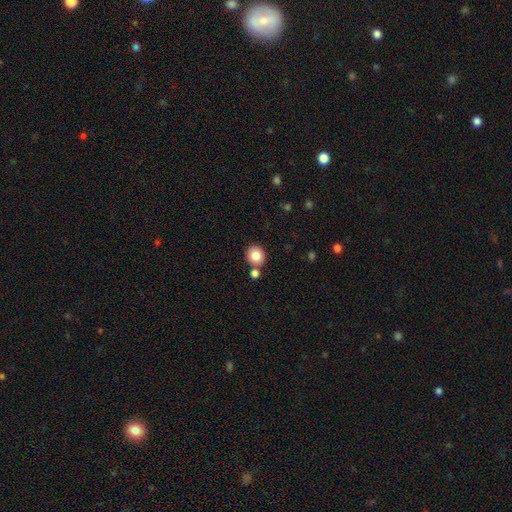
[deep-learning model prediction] A smooth galaxy with no disk features (84%) that is round (83%).

Vote fractions:
- Smooth or featured? smooth: 84% / star or artifact: 9% / featured or disk: 6%
- How rounded? round: 83% / in between: 16% / cigar-shaped: 1%
- Merging? none: 75% / merger: 15% / minor disturbance: 8% / major disturbance: 2%